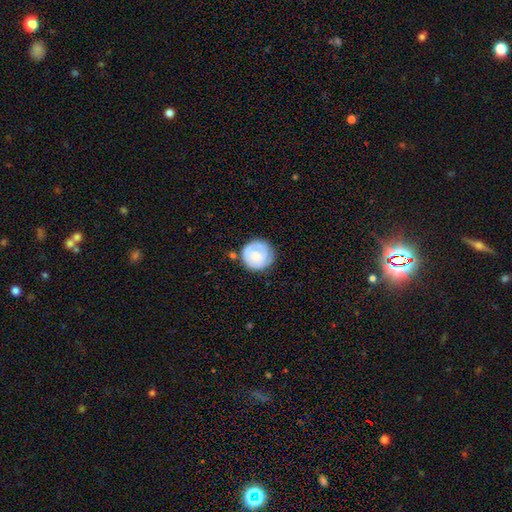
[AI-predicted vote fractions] Overall: smooth (48%; featured or disk 46%). Merging: none (72%).